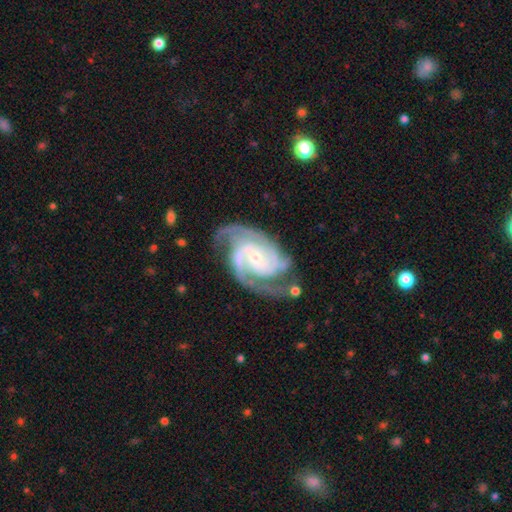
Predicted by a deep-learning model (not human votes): Smooth or featured: featured or disk — 93% (star or artifact — 4%)
Edge-on disk: no — 98% (yes — 2%)
Bar: no — 55% (weak — 30%)
Spiral arms: yes — 99% (no — 1%)
Spiral winding: tight — 54% (medium — 41%)
Spiral arm count: 3 — 43% (2 — 33%)
Bulge size: small — 68% (moderate — 28%)
Merging: none — 69% (minor disturbance — 19%)